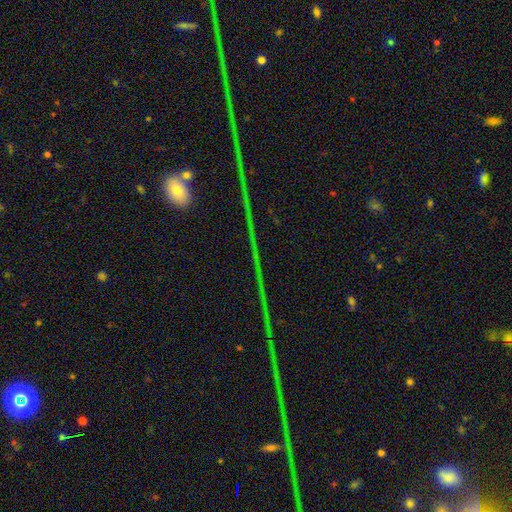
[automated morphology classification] smooth_or_featured: star or artifact (p=0.82) [alt: featured or disk p=0.10]